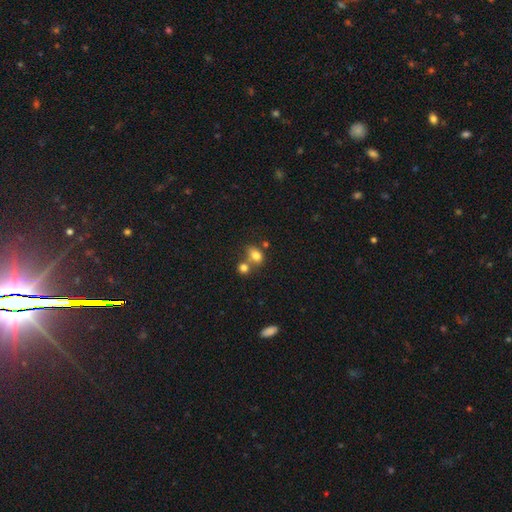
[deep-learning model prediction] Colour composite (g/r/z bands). It shows a smooth galaxy with no disk features (79%) that is in between round and cigar-shaped (63%). Merging: none (43%).